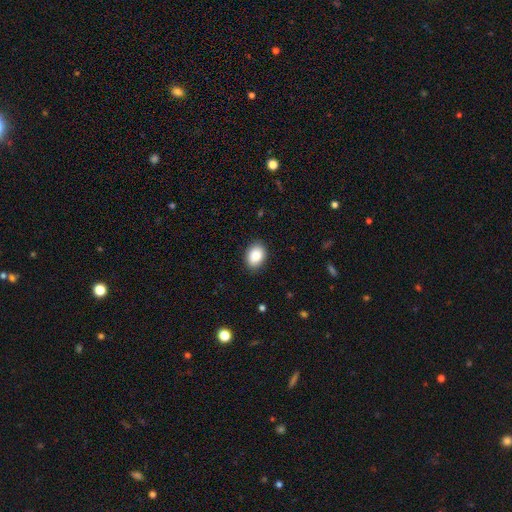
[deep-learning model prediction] smooth-or-featured: smooth: 88% | star or artifact: 7% | featured or disk: 5%
  how-rounded: in between: 77% | round: 22% | cigar-shaped: 1%
  merging: none: 87% | minor disturbance: 10% | major disturbance: 2% | merger: 1%